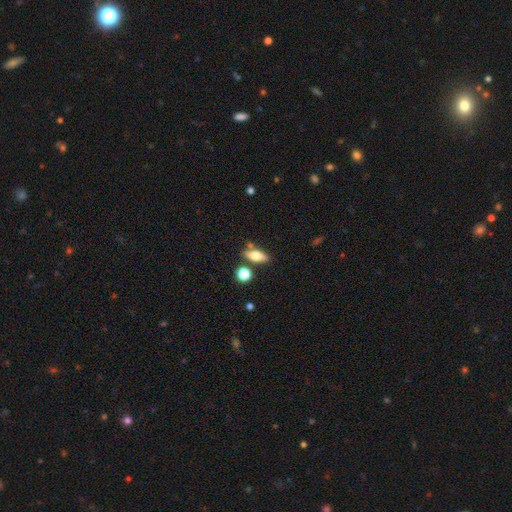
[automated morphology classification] Overall: smooth (65%; featured or disk 26%). How rounded: in between (70%). Merging: none (72%).